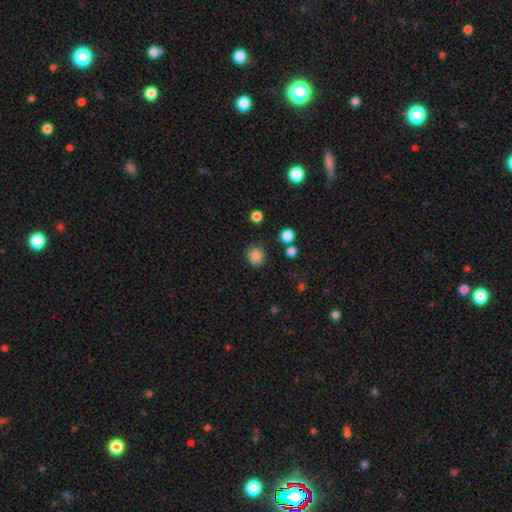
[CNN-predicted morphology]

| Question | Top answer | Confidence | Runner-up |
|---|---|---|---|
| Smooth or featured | smooth | 85% | star or artifact (11%) |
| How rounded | round | 89% | in between (10%) |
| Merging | none | 84% | minor disturbance (10%) |